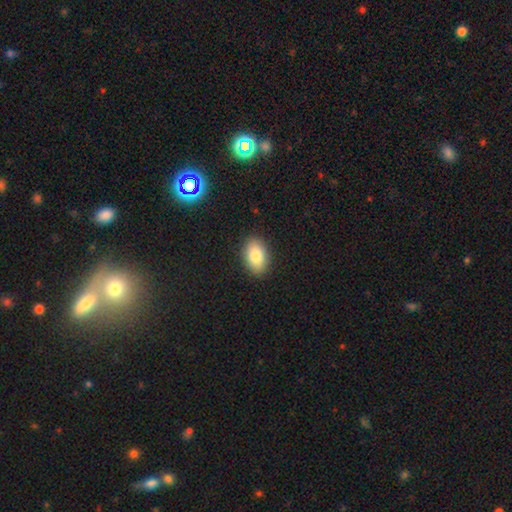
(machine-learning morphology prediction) A smooth galaxy with no disk features (84%) that is in between round and cigar-shaped (89%).

Vote fractions:
- Smooth or featured? smooth: 84% / featured or disk: 9% / star or artifact: 7%
- How rounded? in between: 89% / round: 10% / cigar-shaped: 2%
- Merging? none: 88% / minor disturbance: 8% / major disturbance: 2% / merger: 1%